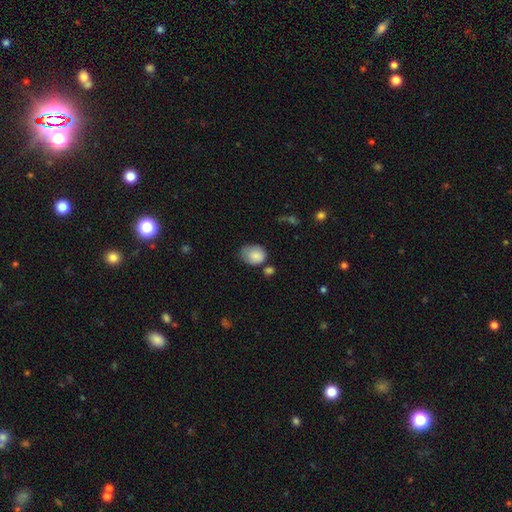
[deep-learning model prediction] A smooth galaxy with no disk features (84%) that is in between round and cigar-shaped (57%). Merging: none (46%).